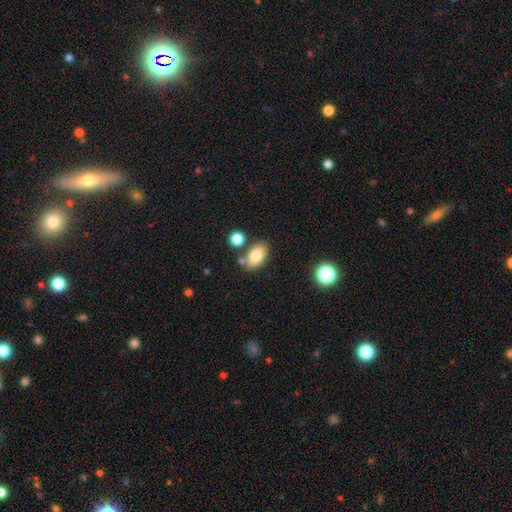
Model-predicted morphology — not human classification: Overall: smooth (81%). How rounded: in between (90%). Merging: none (72%).